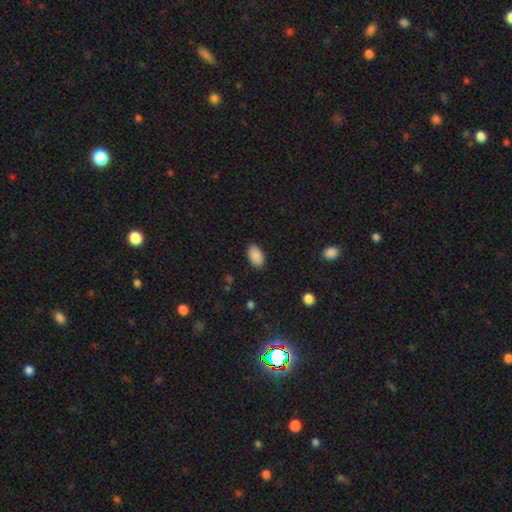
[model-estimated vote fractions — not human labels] Smooth or featured? Predicted: smooth (p=0.90). How rounded? Predicted: in between (p=0.93). Merging? Predicted: none (p=0.88).